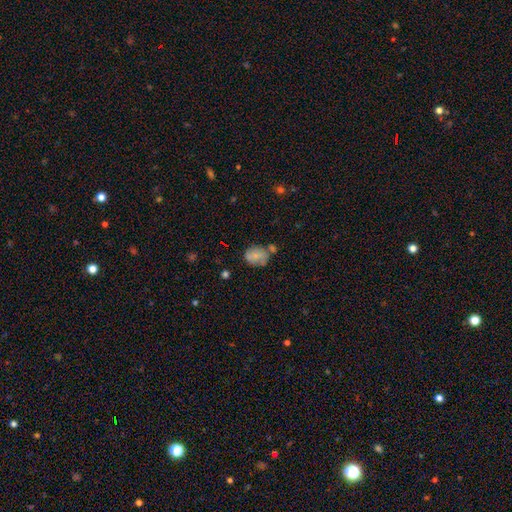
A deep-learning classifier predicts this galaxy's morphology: This appears to be a smooth galaxy with no disk features (67%) that is in between round and cigar-shaped (57%). Merging: none (53%).